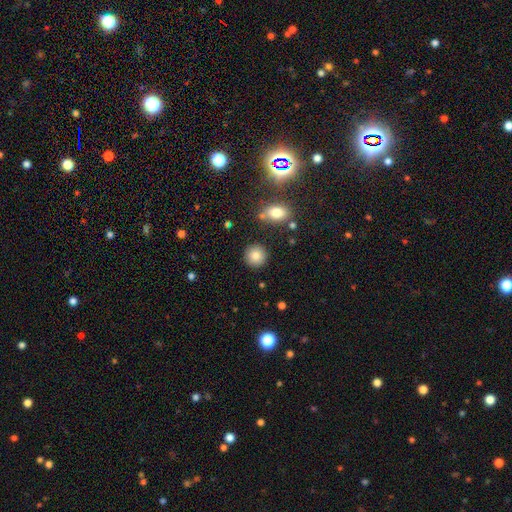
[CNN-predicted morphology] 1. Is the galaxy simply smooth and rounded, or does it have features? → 83% smooth, 10% star or artifact, 7% featured or disk.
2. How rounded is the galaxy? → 93% round, 6% in between, 1% cigar-shaped.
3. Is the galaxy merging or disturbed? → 90% none, 6% minor disturbance, 2% merger, 2% major disturbance.